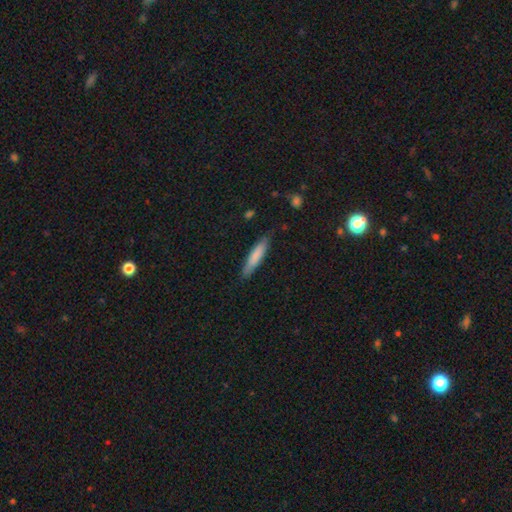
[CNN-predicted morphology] smooth_or_featured: smooth (p=0.79) [alt: featured or disk p=0.15]
how_rounded: cigar-shaped (p=0.85) [alt: in between p=0.14]
merging: none (p=0.83) [alt: minor disturbance p=0.13]